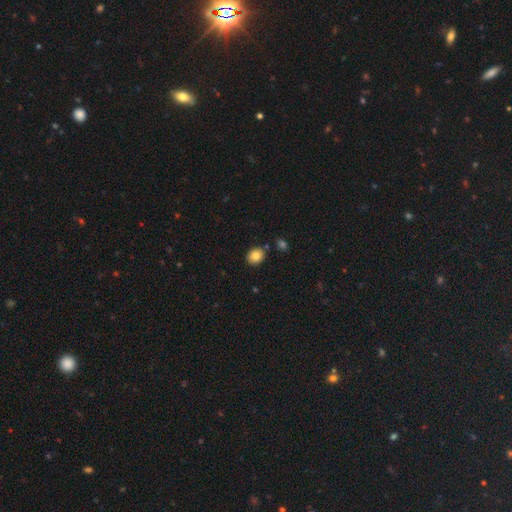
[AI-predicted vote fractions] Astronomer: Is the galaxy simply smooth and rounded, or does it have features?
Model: smooth — 82%.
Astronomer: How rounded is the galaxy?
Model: in between — 50% (runner-up: round, 49%).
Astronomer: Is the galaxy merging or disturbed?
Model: none — 85%.